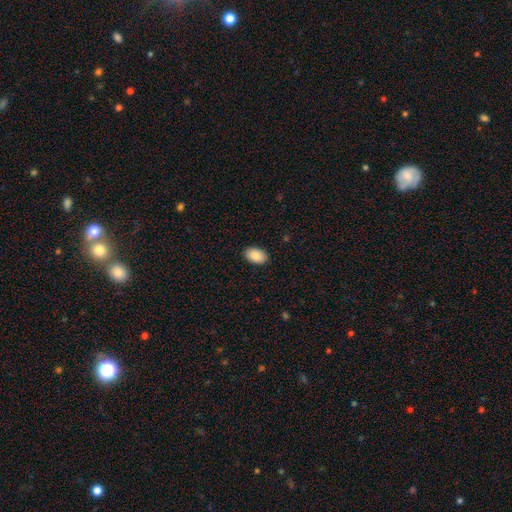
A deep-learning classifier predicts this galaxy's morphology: smooth_or_featured: smooth (p=0.88) [alt: star or artifact p=0.07]
how_rounded: in between (p=0.91) [alt: round p=0.08]
merging: none (p=0.90) [alt: minor disturbance p=0.08]